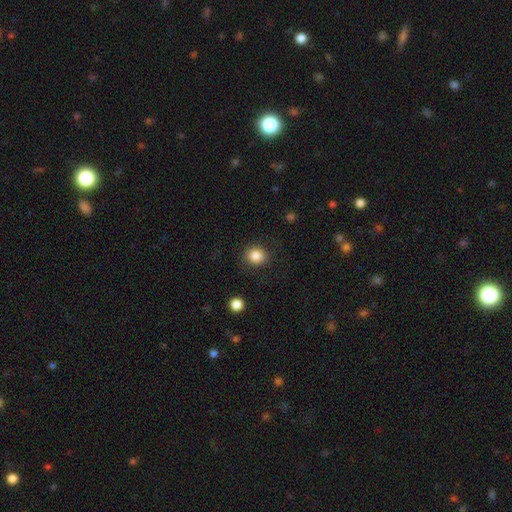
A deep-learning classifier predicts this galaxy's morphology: smooth-or-featured: smooth: 86% | star or artifact: 10% | featured or disk: 4%
  how-rounded: round: 85% | in between: 14% | cigar-shaped: 1%
  merging: none: 86% | minor disturbance: 9% | major disturbance: 4% | merger: 1%